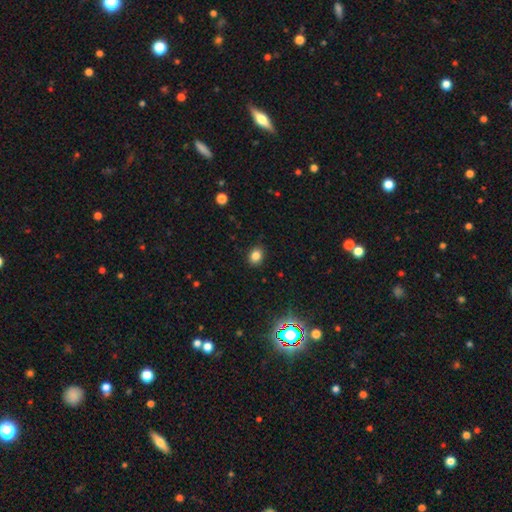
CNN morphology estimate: smooth_or_featured: smooth (p=0.83) [alt: star or artifact p=0.12]
how_rounded: round (p=0.51) [alt: in between p=0.48]
merging: none (p=0.88) [alt: minor disturbance p=0.09]